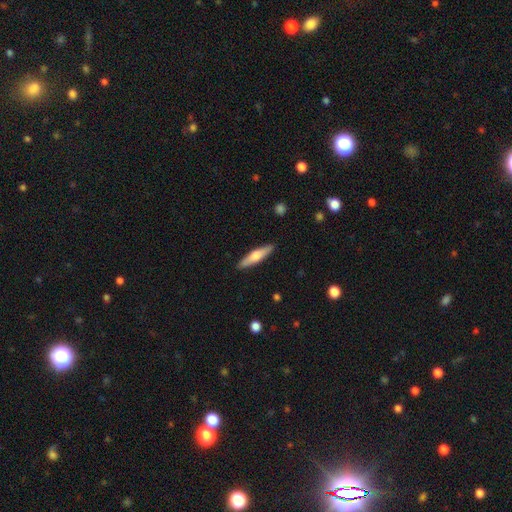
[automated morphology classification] Smooth or featured: smooth — 58% (featured or disk — 37%)
How rounded: cigar-shaped — 80% (in between — 19%)
Merging: none — 90% (minor disturbance — 8%)